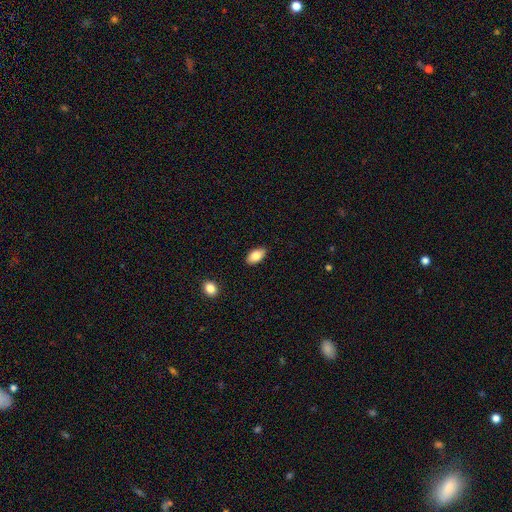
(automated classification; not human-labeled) Overall: smooth (83%). How rounded: in between (93%). Merging: none (87%).